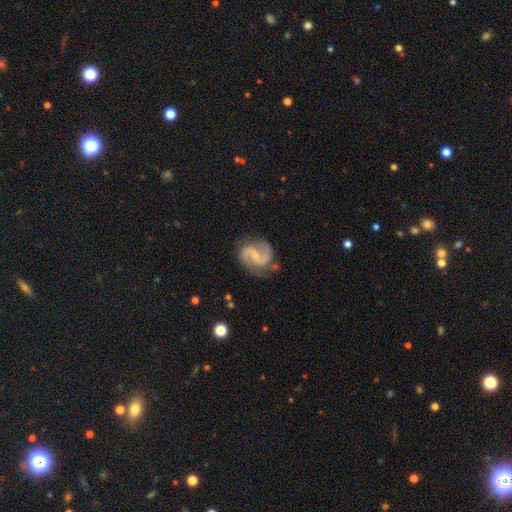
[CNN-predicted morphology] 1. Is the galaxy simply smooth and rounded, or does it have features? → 88% featured or disk, 7% smooth, 5% star or artifact.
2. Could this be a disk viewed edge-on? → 98% no, 2% yes.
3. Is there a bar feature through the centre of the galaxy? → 49% weak, 34% no, 18% strong.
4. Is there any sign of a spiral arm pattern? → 97% yes, 3% no.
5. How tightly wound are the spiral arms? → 54% medium, 31% loose, 15% tight.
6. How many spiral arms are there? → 93% 2, 2% can't tell, 2% 1, 1% 3, 1% 4, 1% more than 4.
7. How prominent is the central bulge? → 65% small, 24% moderate, 9% none, 1% large, 1% dominant.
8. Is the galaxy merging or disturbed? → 77% none, 16% minor disturbance, 5% major disturbance, 2% merger.